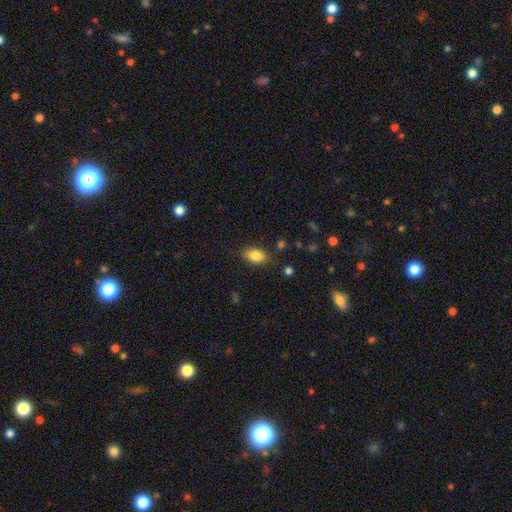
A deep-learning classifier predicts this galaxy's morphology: Smooth or featured? smooth (86%)
How rounded? in between (90%)
Merging? none (82%)